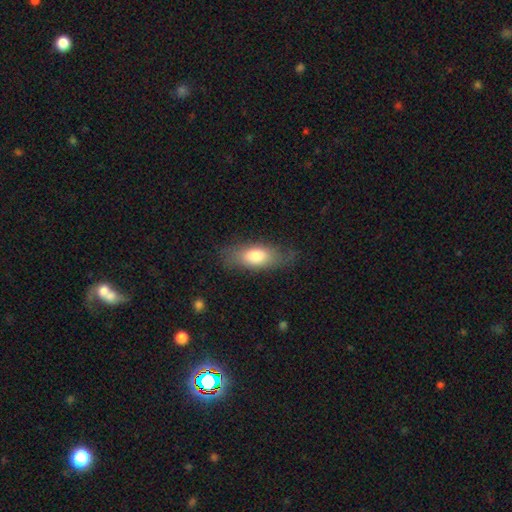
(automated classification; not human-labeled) Smooth or featured: smooth — 75% (featured or disk — 19%)
How rounded: in between — 80% (cigar-shaped — 17%)
Merging: none — 73% (minor disturbance — 19%)